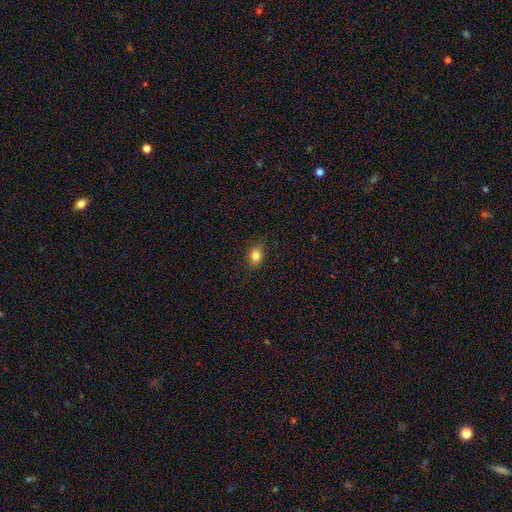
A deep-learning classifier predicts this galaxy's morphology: Smooth or featured? Predicted: smooth (p=0.84). How rounded? Predicted: in between (p=0.69). Merging? Predicted: none (p=0.85).